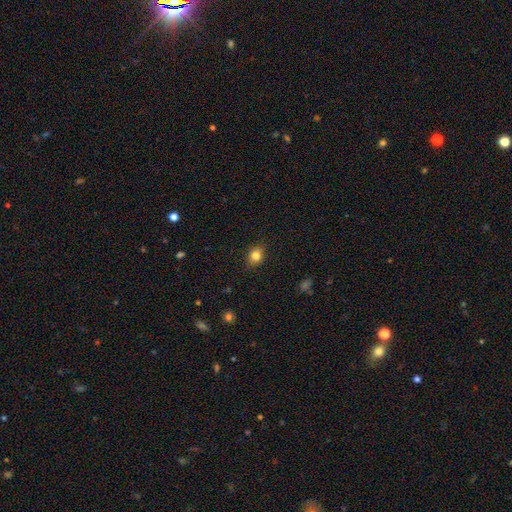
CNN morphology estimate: A smooth galaxy with no disk features (81%) that is round (56%).

Vote fractions:
- Smooth or featured? smooth: 81% / star or artifact: 11% / featured or disk: 8%
- How rounded? round: 56% / in between: 43% / cigar-shaped: 1%
- Merging? none: 85% / minor disturbance: 11% / major disturbance: 2% / merger: 1%